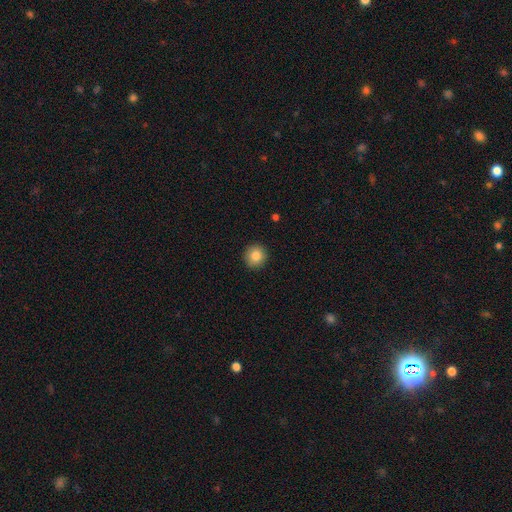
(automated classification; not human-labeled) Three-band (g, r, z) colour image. It shows a smooth galaxy with no disk features (84%) that is round (92%). Merging: none (92%).